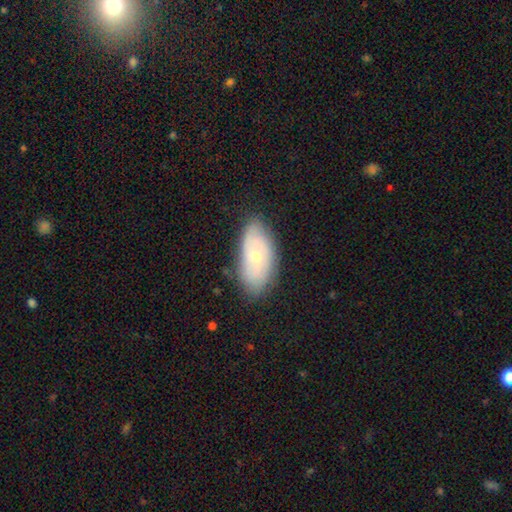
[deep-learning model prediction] Smooth or featured? Predicted: featured or disk (p=0.54). Edge-on disk? Predicted: no (p=0.90). Merging? Predicted: none (p=0.77).